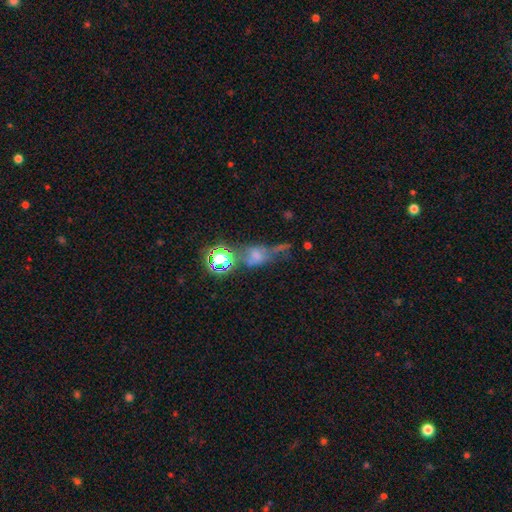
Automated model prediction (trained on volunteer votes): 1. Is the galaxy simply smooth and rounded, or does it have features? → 46% smooth, 29% star or artifact, 24% featured or disk.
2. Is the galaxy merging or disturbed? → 35% none, 26% merger, 21% major disturbance, 19% minor disturbance.